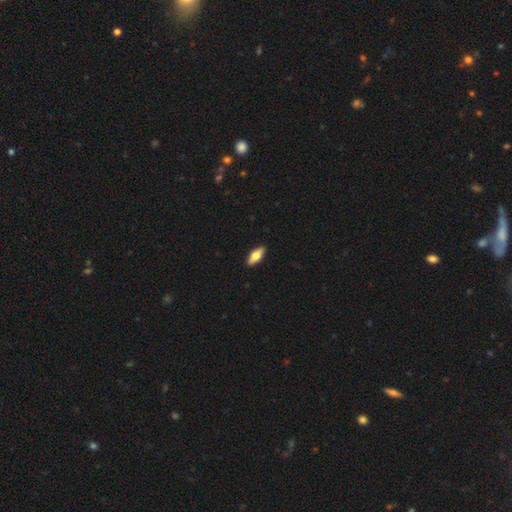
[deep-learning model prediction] smooth-or-featured: smooth: 67% | featured or disk: 27% | star or artifact: 6%
  how-rounded: in between: 78% | cigar-shaped: 20% | round: 3%
  merging: none: 91% | minor disturbance: 7% | major disturbance: 1% | merger: 1%